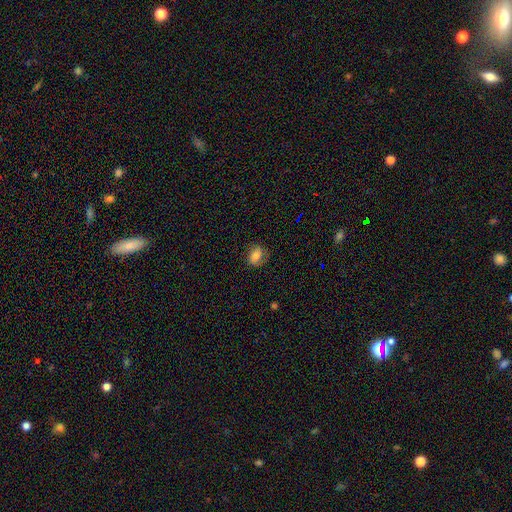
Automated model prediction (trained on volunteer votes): Morphology: type=smooth (70%); roundness=in between (50%); merging=none (75%).